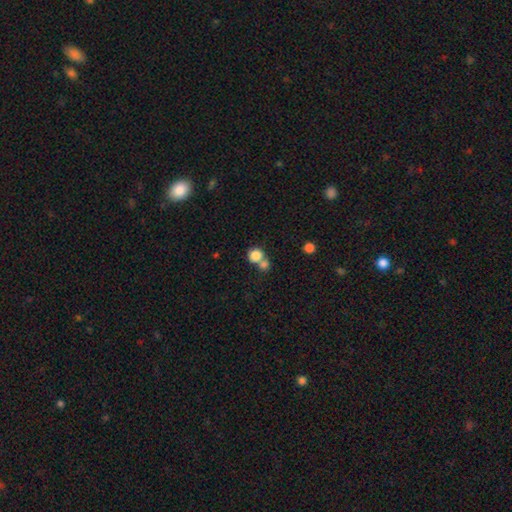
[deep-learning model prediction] A smooth galaxy with no disk features (82%) that is round (84%).

Vote fractions:
- Smooth or featured? smooth: 82% / star or artifact: 10% / featured or disk: 8%
- How rounded? round: 84% / in between: 15% / cigar-shaped: 1%
- Merging? merger: 48% / none: 41% / minor disturbance: 7% / major disturbance: 4%